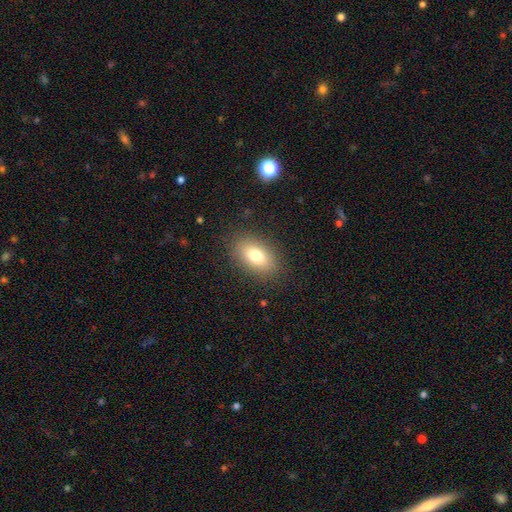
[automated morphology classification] This appears to be a smooth galaxy with no disk features (77%) that is in between round and cigar-shaped (89%). Merging: none (86%).